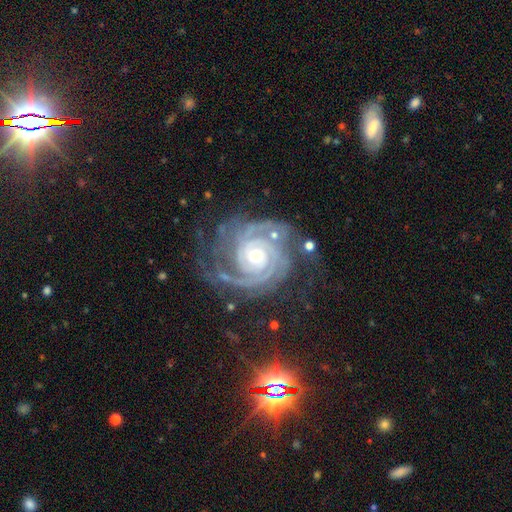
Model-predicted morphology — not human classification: The model was most divided on "spiral arm count": 2: 35%, 3: 27%, can't tell: 13%, 4: 12%, more than 4: 7%, 1: 6%. More confident: spiral arms — yes (99%); edge-on disk — no (98%); smooth or featured — featured or disk (92%); spiral winding — tight (82%); bar — no (68%); merging — none (65%); bulge size — moderate (54%).